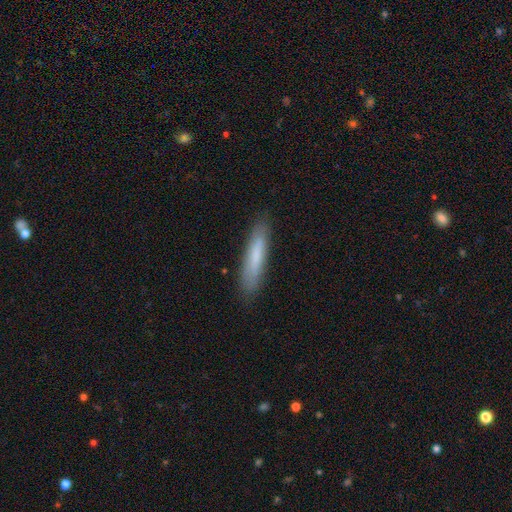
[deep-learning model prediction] A smooth galaxy with no disk features (75%) that is cigar-shaped (86%). Merging: none (87%).